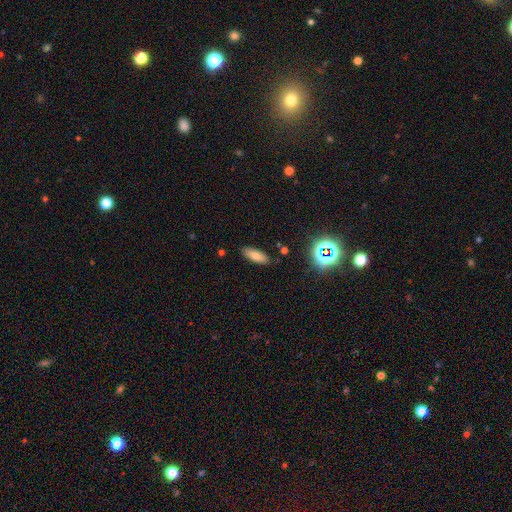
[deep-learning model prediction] Smooth or featured? smooth (75%)
How rounded? in between (66%)
Merging? none (86%)